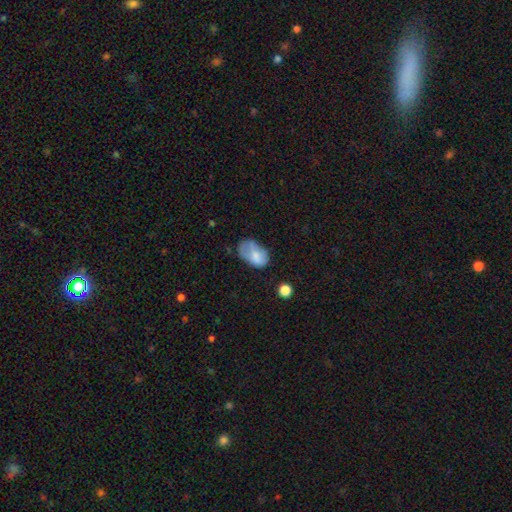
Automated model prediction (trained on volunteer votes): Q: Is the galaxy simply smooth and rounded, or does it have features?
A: smooth — 67%.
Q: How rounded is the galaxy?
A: in between — 88%.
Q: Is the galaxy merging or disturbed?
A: none — 37%.